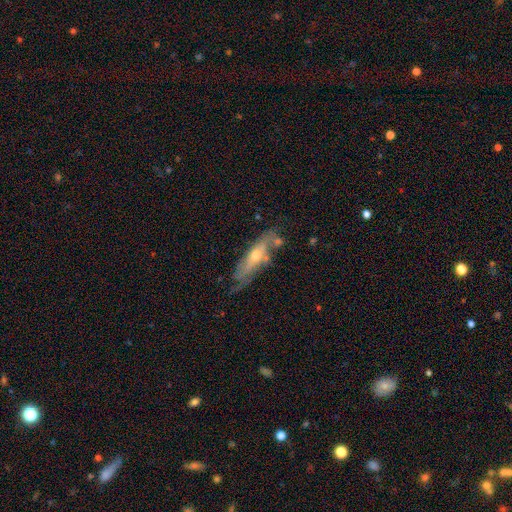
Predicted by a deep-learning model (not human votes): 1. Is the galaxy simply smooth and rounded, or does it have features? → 66% featured or disk, 27% smooth, 7% star or artifact.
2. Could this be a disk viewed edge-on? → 51% no, 49% yes.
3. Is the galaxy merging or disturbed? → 54% none, 27% minor disturbance, 11% major disturbance, 8% merger.